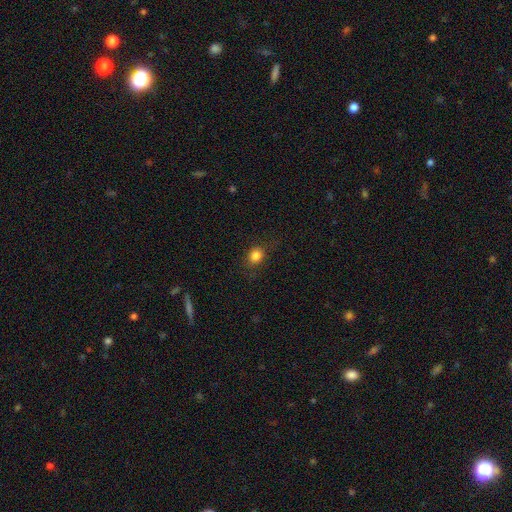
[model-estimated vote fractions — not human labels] smooth 83%, star or artifact 11%, featured or disk 6%. Down the decision tree: how rounded — round (58%); merging — none (82%).